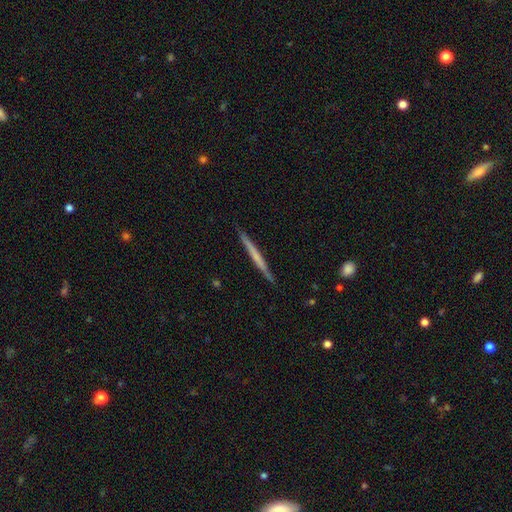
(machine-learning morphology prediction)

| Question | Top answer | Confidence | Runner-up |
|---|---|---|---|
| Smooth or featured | featured or disk | 50% | smooth (45%) |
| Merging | none | 90% | minor disturbance (7%) |